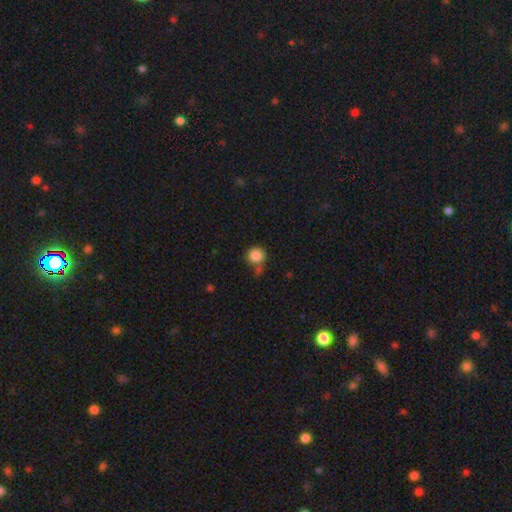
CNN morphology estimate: Smooth or featured? Predicted: smooth (p=0.86). How rounded? Predicted: round (p=0.86). Merging? Predicted: none (p=0.58).